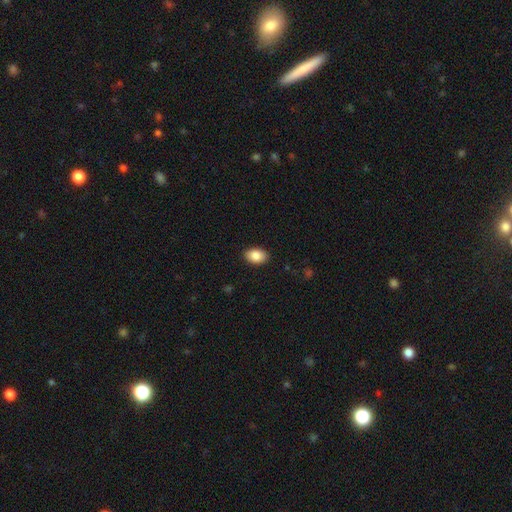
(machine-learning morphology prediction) Overall: smooth (87%). How rounded: in between (86%). Merging: none (89%).